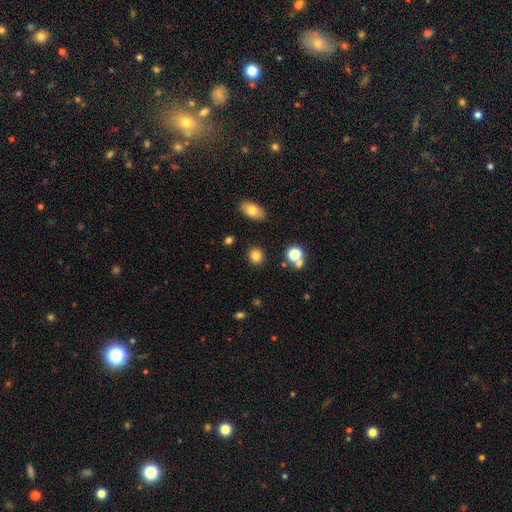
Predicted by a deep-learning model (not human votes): Smooth or featured? Predicted: smooth (p=0.83). How rounded? Predicted: round (p=0.85). Merging? Predicted: none (p=0.87).